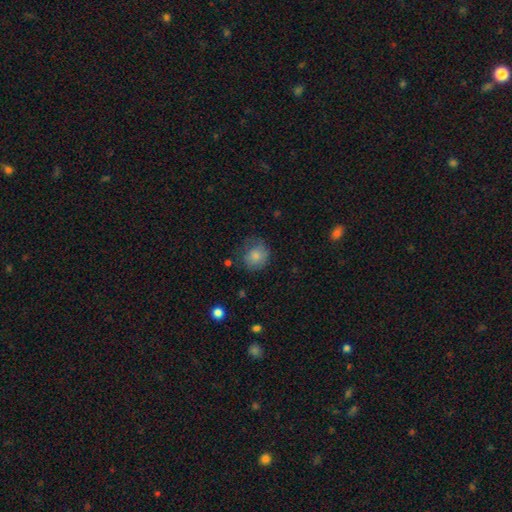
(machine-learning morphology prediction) smooth_or_featured: smooth (p=0.79) [alt: featured or disk p=0.12]
how_rounded: round (p=0.80) [alt: in between p=0.19]
merging: none (p=0.56) [alt: minor disturbance p=0.27]